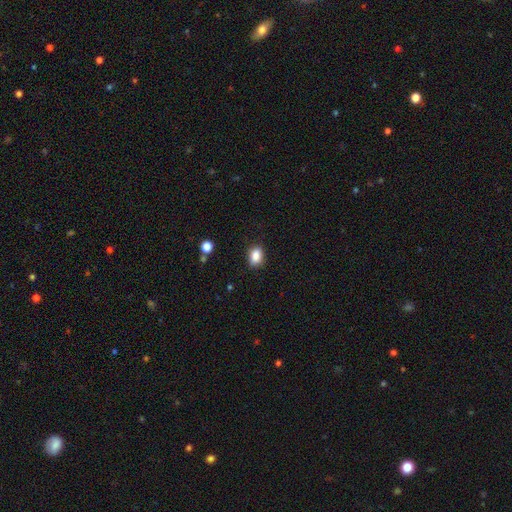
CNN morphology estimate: Smooth or featured: smooth — 86% (star or artifact — 9%)
How rounded: in between — 76% (round — 23%)
Merging: none — 82% (minor disturbance — 13%)